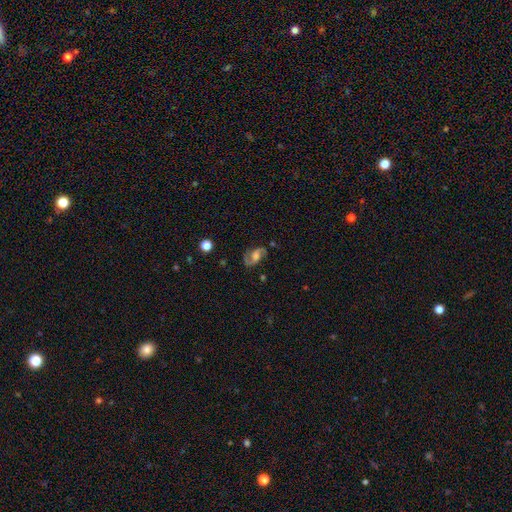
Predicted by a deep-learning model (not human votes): The model was most divided on "bar": no: 48%, weak: 40%, strong: 12%. Remaining: edge-on disk — no (97%); spiral arms — yes (96%); spiral arm count — 2 (92%); smooth or featured — featured or disk (84%); merging — none (78%); spiral winding — medium (49%); bulge size — moderate (41%).